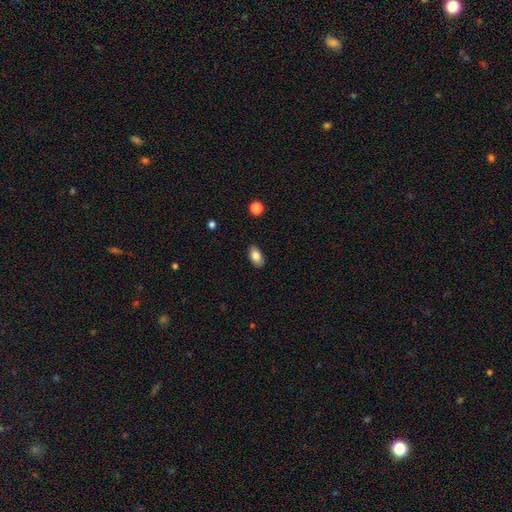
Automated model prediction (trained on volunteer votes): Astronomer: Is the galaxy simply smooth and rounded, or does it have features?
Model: smooth — 83%.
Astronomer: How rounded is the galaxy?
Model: in between — 92%.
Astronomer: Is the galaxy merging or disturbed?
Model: none — 86%.